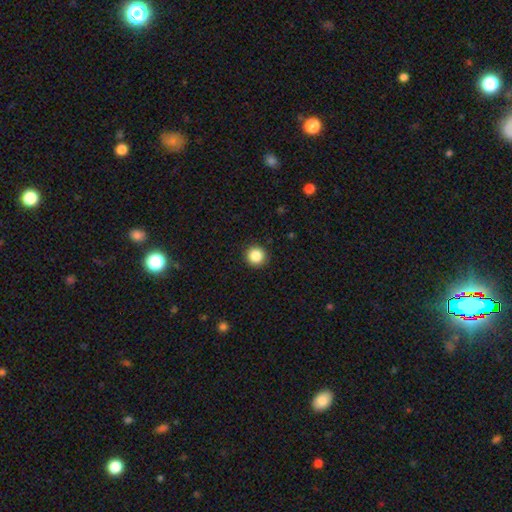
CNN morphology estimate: smooth 86%, star or artifact 10%, featured or disk 4%. Down the decision tree: how rounded — round (96%); merging — none (92%).